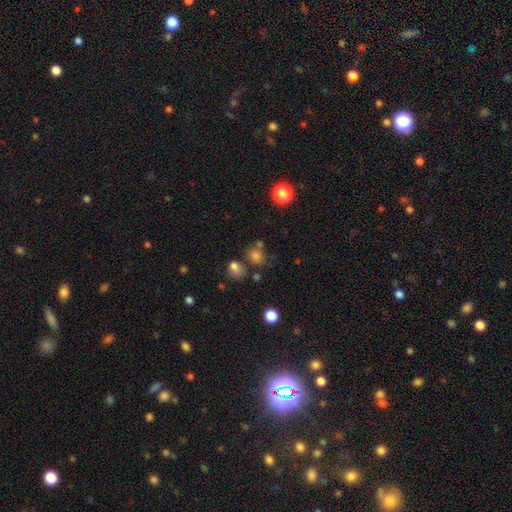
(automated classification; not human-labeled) Smooth or featured?
  - smooth: 70% *
  - star or artifact: 22%
  - featured or disk: 8%
How rounded?
  - round: 63% *
  - in between: 36%
  - cigar-shaped: 1%
Merging?
  - none: 63% *
  - merger: 16%
  - minor disturbance: 14%
  - major disturbance: 6%